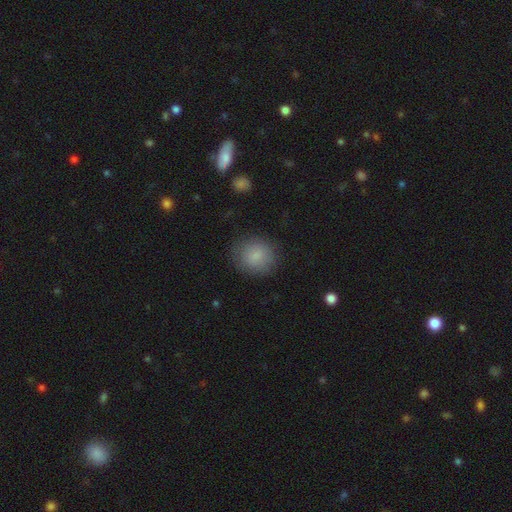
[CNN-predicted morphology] type=smooth (84%); roundness=round (79%); merging=none (81%).